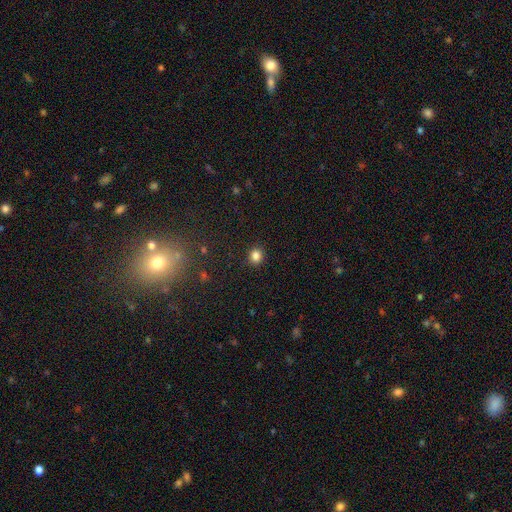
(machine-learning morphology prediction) smooth_or_featured: smooth (p=0.83) [alt: star or artifact p=0.12]
how_rounded: round (p=0.82) [alt: in between p=0.17]
merging: none (p=0.90) [alt: minor disturbance p=0.07]